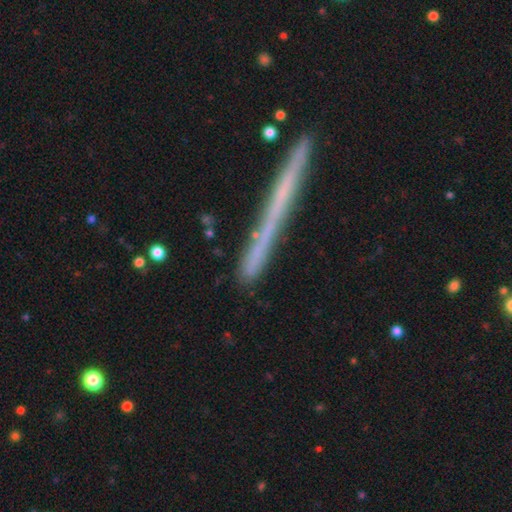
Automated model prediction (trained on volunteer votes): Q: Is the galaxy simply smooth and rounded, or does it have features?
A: smooth — 53%.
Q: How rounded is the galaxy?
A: cigar-shaped — 86%.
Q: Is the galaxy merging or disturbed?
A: none — 75%.